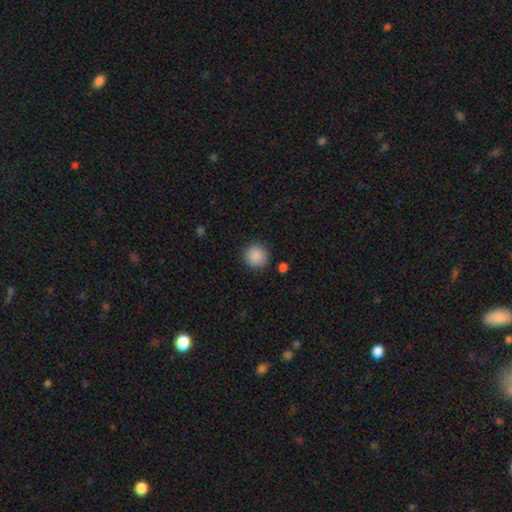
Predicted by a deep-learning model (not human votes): Smooth or featured? Predicted: smooth (p=0.89). How rounded? Predicted: round (p=0.92). Merging? Predicted: none (p=0.89).